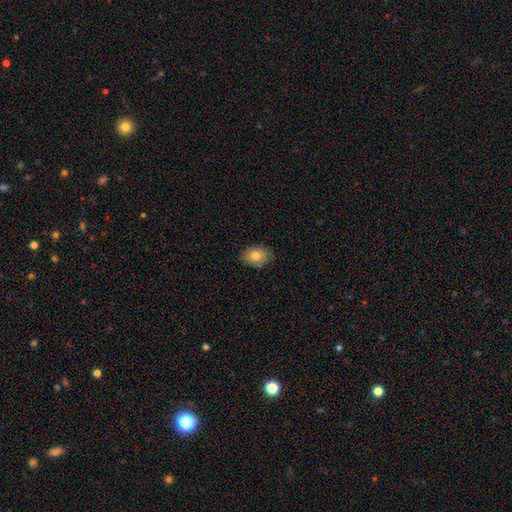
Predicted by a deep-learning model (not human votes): Smooth or featured?
  - smooth: 81% *
  - featured or disk: 11%
  - star or artifact: 8%
How rounded?
  - in between: 74% *
  - round: 25%
  - cigar-shaped: 1%
Merging?
  - none: 79% *
  - minor disturbance: 17%
  - major disturbance: 3%
  - merger: 1%